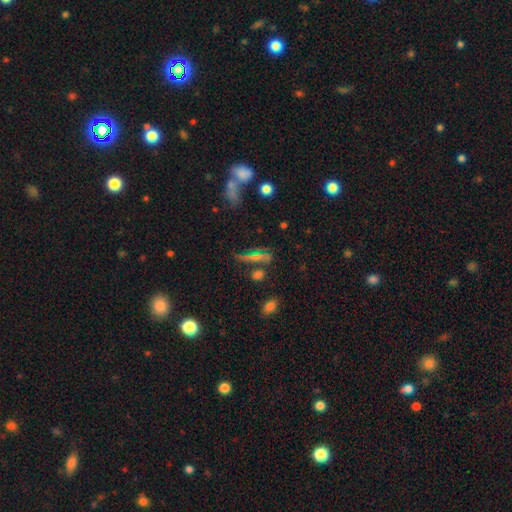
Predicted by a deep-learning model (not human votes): Smooth or featured? Predicted: smooth (p=0.39). Merging? Predicted: none (p=0.56).